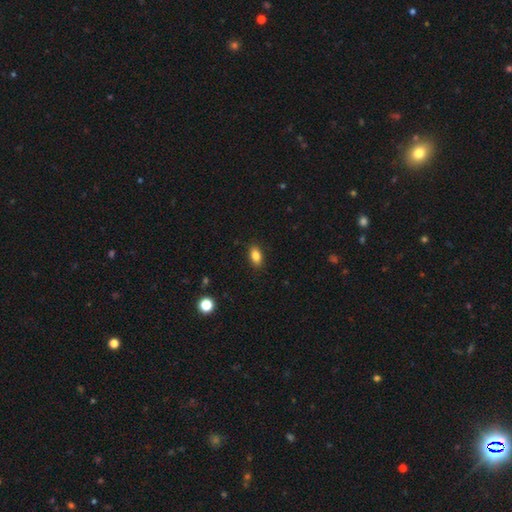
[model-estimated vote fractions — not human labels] Smooth or featured?
  - smooth: 84% *
  - star or artifact: 9%
  - featured or disk: 7%
How rounded?
  - in between: 88% *
  - round: 8%
  - cigar-shaped: 5%
Merging?
  - none: 88% *
  - minor disturbance: 9%
  - major disturbance: 2%
  - merger: 1%